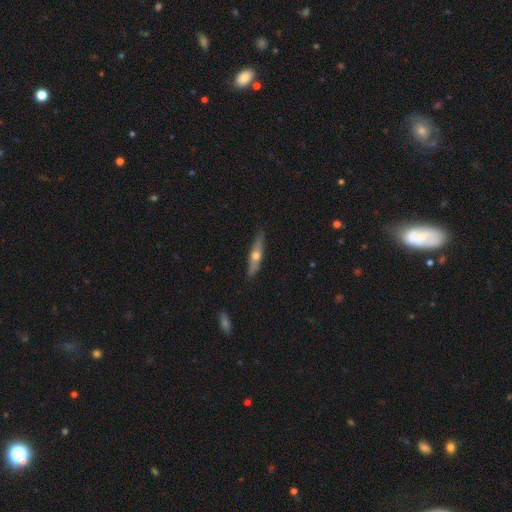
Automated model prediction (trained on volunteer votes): This appears to be a featured or disk galaxy (55%) viewed edge-on (87%). Merging: none (86%).